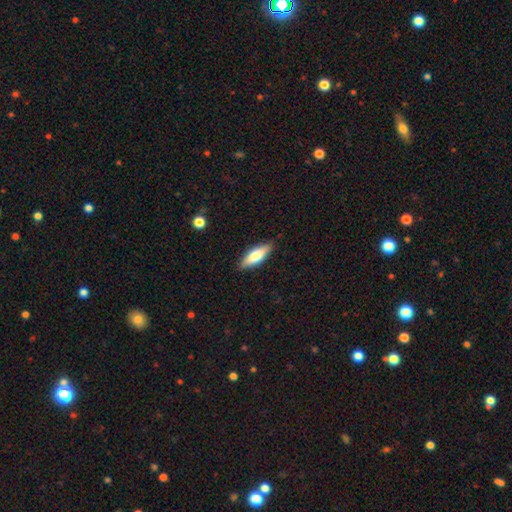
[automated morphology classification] Smooth or featured?
  - smooth: 71% *
  - featured or disk: 23%
  - star or artifact: 6%
How rounded?
  - in between: 59% *
  - cigar-shaped: 39%
  - round: 2%
Merging?
  - none: 86% *
  - minor disturbance: 11%
  - major disturbance: 2%
  - merger: 1%